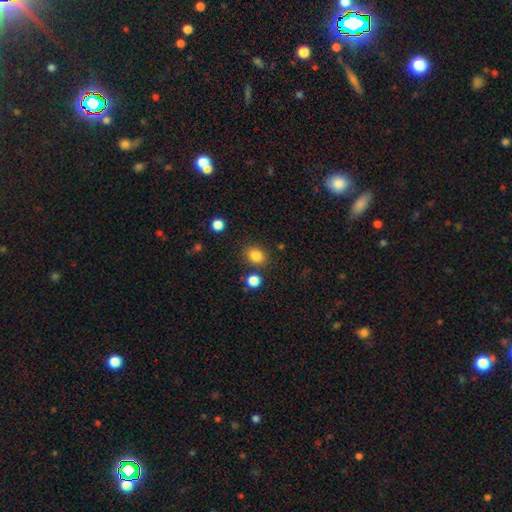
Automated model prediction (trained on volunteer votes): A smooth galaxy with no disk features (83%) that is round (52%). Merging: none (82%).